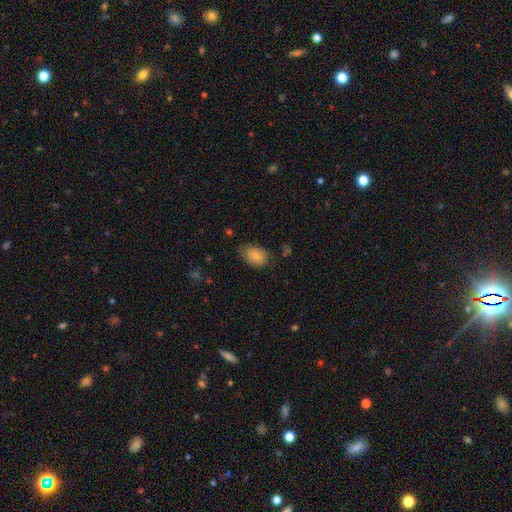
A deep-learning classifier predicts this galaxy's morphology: A smooth galaxy with no disk features (83%) that is in between round and cigar-shaped (82%).

Vote fractions:
- Smooth or featured? smooth: 83% / featured or disk: 9% / star or artifact: 8%
- How rounded? in between: 82% / round: 17% / cigar-shaped: 1%
- Merging? none: 68% / minor disturbance: 25% / major disturbance: 6% / merger: 2%